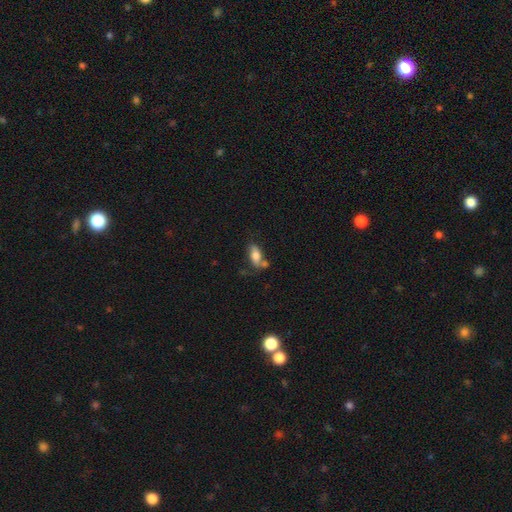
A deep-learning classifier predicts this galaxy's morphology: smooth 70%, featured or disk 21%, star or artifact 9%. Down the decision tree: how rounded — in between (85%); merging — none (42%).